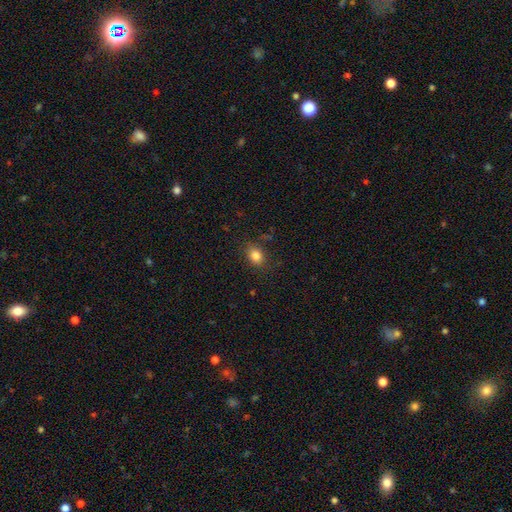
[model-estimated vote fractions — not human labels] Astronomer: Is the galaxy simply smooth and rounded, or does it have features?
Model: smooth — 83%.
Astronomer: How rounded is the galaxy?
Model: in between — 64%.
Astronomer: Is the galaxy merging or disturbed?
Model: none — 82%.